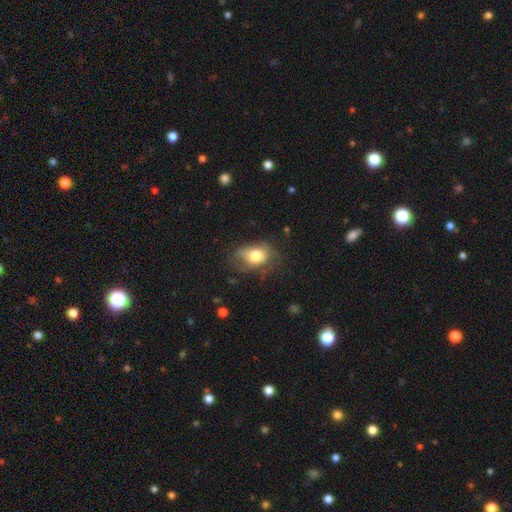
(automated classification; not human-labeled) Smooth or featured: smooth — 70% (featured or disk — 21%)
How rounded: in between — 71% (round — 28%)
Merging: none — 45% (minor disturbance — 31%)